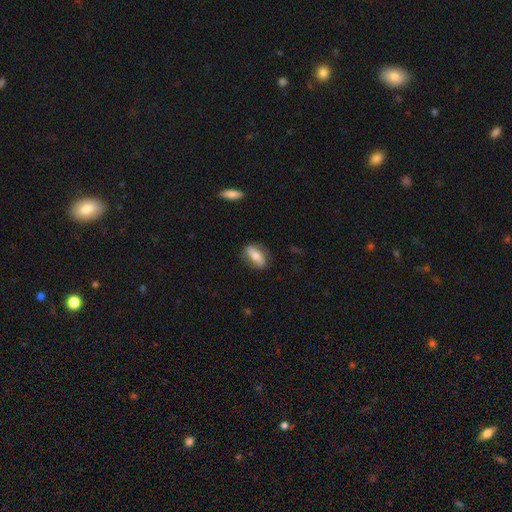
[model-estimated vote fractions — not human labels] smooth_or_featured: smooth (p=0.60) [alt: featured or disk p=0.34]
how_rounded: in between (p=0.73) [alt: cigar-shaped p=0.22]
merging: none (p=0.79) [alt: minor disturbance p=0.16]